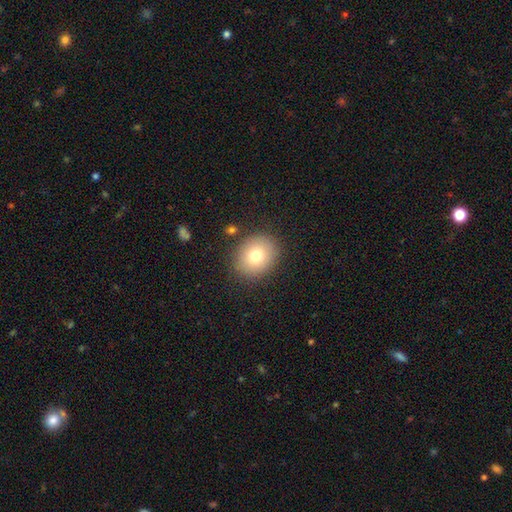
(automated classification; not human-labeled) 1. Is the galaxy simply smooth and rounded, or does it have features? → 76% smooth, 13% featured or disk, 11% star or artifact.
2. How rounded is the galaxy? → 65% round, 34% in between, 1% cigar-shaped.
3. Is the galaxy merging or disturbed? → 85% none, 9% minor disturbance, 3% major disturbance, 2% merger.